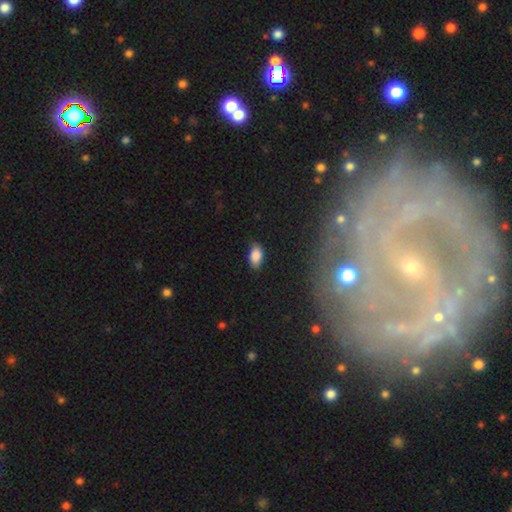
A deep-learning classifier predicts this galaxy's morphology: Q: Smooth or featured?
A: smooth (86%); runner-up: star or artifact (8%)
Q: How rounded?
A: in between (93%); runner-up: round (5%)
Q: Merging?
A: none (79%); runner-up: minor disturbance (17%)